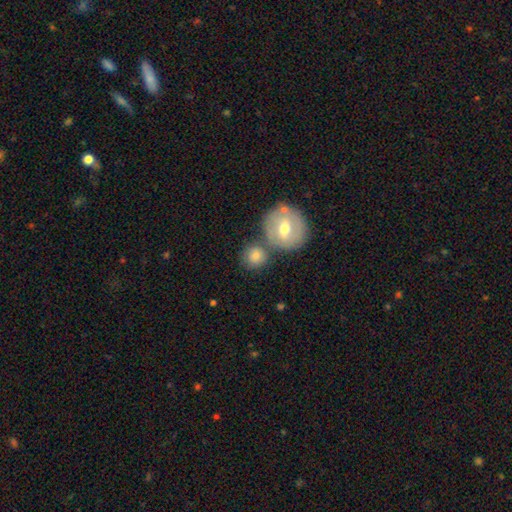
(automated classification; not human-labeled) A smooth galaxy with no disk features (77%) that is round (88%). Merging: none (59%).